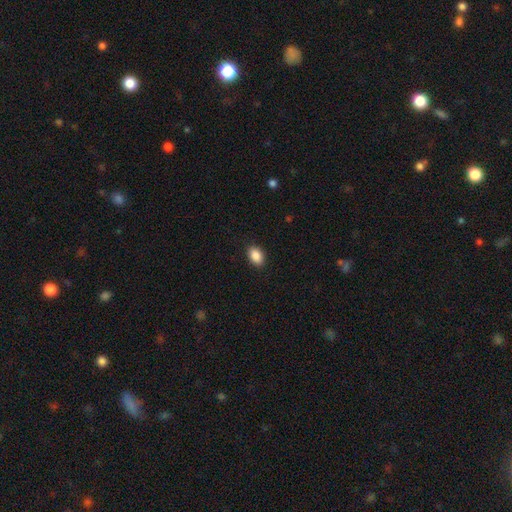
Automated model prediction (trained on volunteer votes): Morphology: type=smooth (89%); roundness=in between (87%); merging=none (90%).